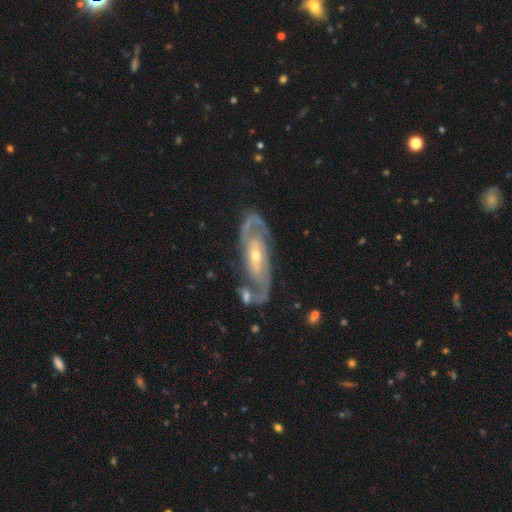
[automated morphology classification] type=featured or disk (90%); edge-on=no (94%); bar=no (44%); spiral arms=yes (97%); winding=medium (45%); arm count=2 (87%); bulge=small (57%); merging=none (71%).